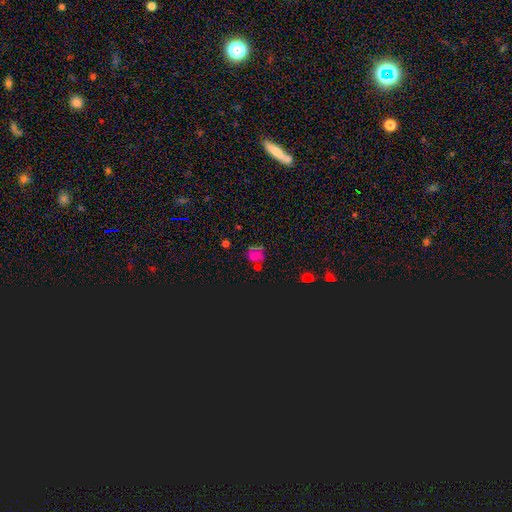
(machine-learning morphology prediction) Overall: smooth (42%; star or artifact 39%). Merging: none (61%).